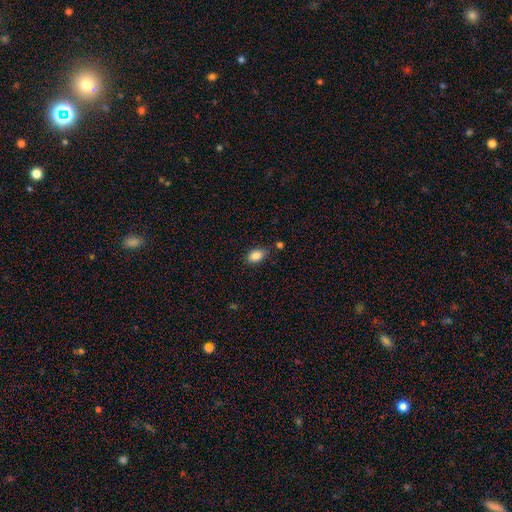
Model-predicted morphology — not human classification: Smooth or featured? smooth (87%)
How rounded? in between (81%)
Merging? none (76%)